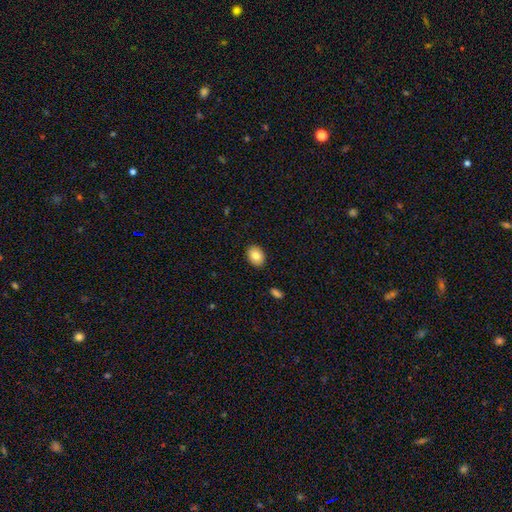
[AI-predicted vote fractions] Smooth or featured?
  - smooth: 84% *
  - featured or disk: 9%
  - star or artifact: 8%
How rounded?
  - in between: 69% *
  - round: 30%
  - cigar-shaped: 1%
Merging?
  - none: 89% *
  - minor disturbance: 8%
  - major disturbance: 2%
  - merger: 1%